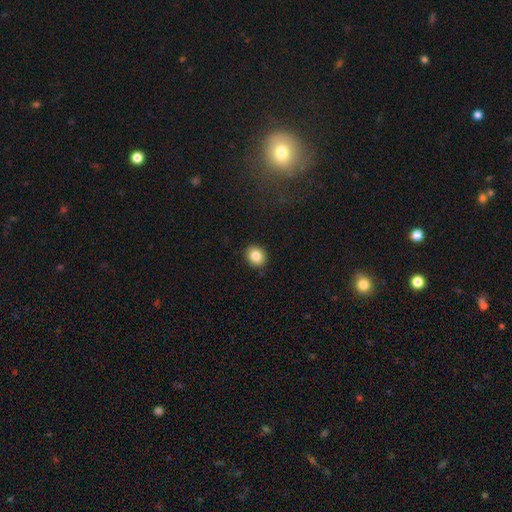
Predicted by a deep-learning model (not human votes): Overall: smooth (83%). How rounded: round (65%; in between 34%). Merging: none (90%).